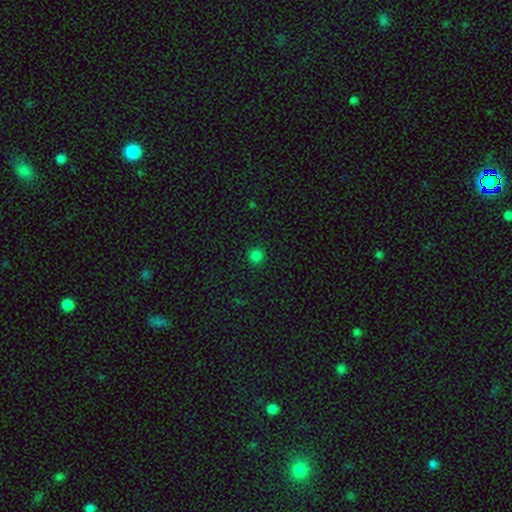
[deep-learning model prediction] This appears to be a smooth galaxy with no disk features (81%) that is round (91%). Merging: none (91%).